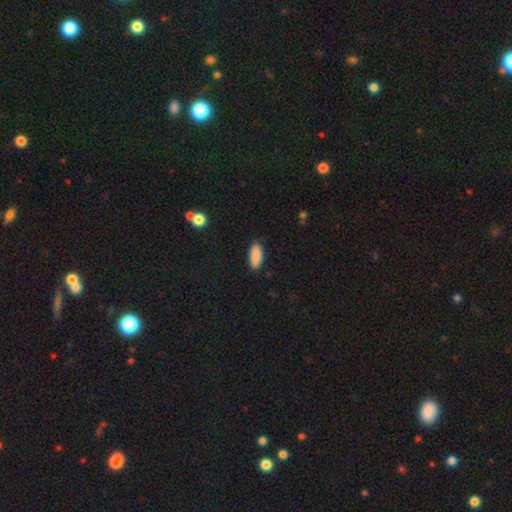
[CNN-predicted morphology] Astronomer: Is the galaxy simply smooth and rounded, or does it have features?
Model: smooth — 89%.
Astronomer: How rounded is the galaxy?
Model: in between — 79%.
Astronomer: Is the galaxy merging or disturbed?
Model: none — 88%.